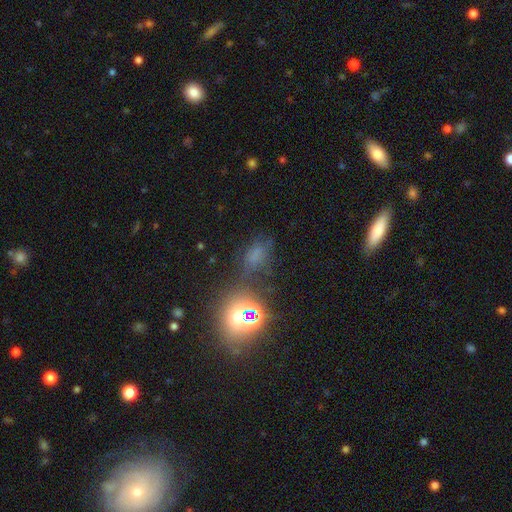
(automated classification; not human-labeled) This appears to be a smooth galaxy with no disk features (47%). Merging: none (54%).